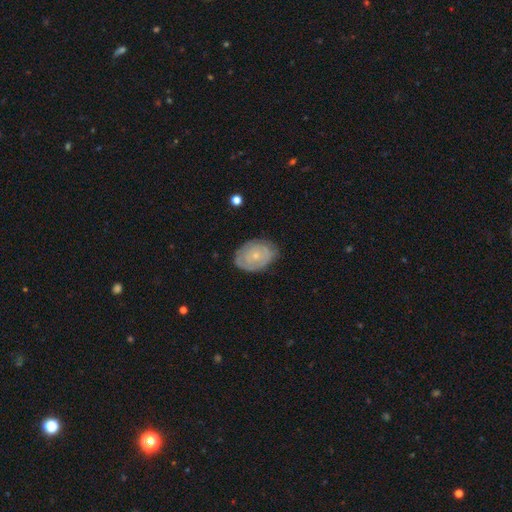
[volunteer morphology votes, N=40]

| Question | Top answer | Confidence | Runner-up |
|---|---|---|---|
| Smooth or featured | featured or disk | 52% | smooth (40%) |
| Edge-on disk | no | 100% | — |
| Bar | no | 86% | weak (14%) |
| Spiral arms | yes | 57% | no (43%) |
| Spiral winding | tight | 75% | medium (17%) |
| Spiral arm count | can't tell | 50% | 1 (25%) |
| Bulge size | small | 86% | moderate (10%) |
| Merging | none | 70% | minor disturbance (30%) |